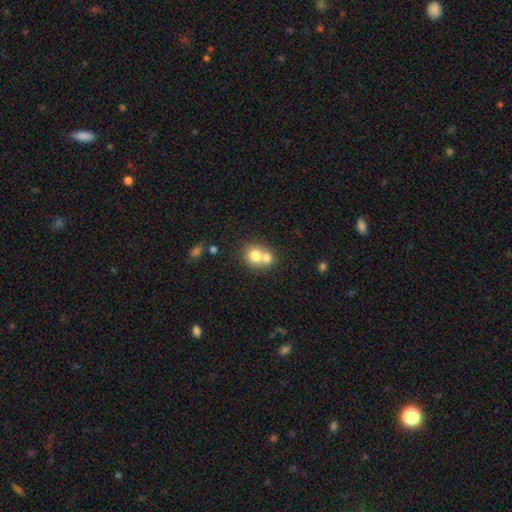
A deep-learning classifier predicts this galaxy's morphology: Smooth or featured? Predicted: smooth (p=0.74). How rounded? Predicted: round (p=0.77). Merging? Predicted: merger (p=0.61).